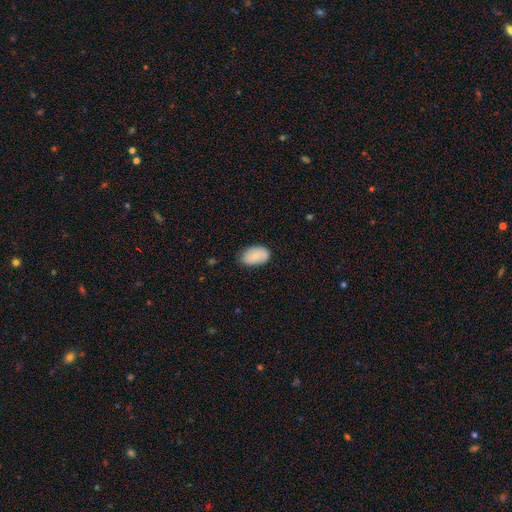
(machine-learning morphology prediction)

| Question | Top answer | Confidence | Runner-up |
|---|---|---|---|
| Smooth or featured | smooth | 78% | featured or disk (16%) |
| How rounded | in between | 91% | round (8%) |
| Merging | none | 76% | minor disturbance (20%) |